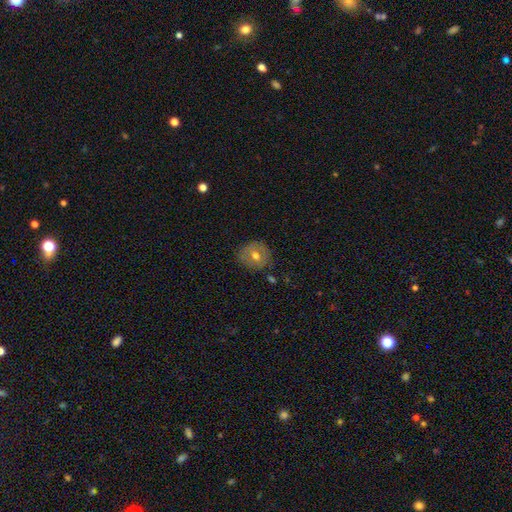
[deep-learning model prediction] Q: Smooth or featured?
A: smooth (56%); runner-up: featured or disk (35%)
Q: How rounded?
A: round (82%); runner-up: in between (17%)
Q: Merging?
A: none (78%); runner-up: minor disturbance (16%)